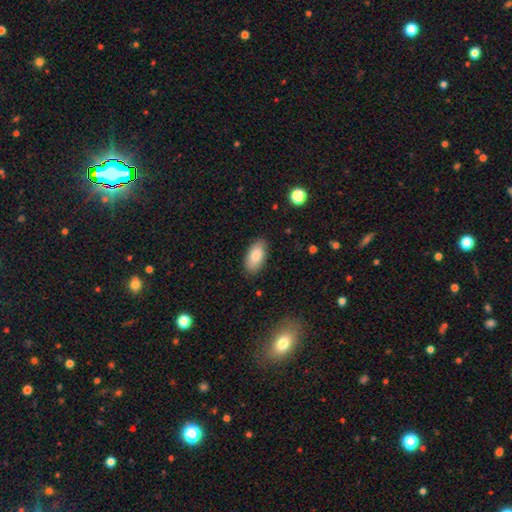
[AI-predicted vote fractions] A smooth galaxy with no disk features (84%) that is in between round and cigar-shaped (93%). Merging: none (86%).